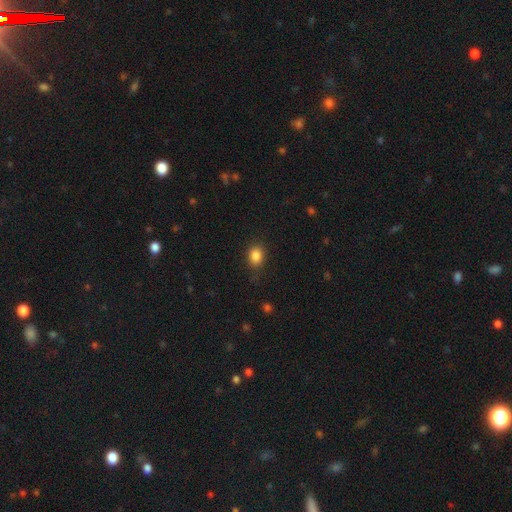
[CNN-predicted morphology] smooth_or_featured: smooth (p=0.85) [alt: star or artifact p=0.10]
how_rounded: in between (p=0.56) [alt: round p=0.42]
merging: none (p=0.82) [alt: minor disturbance p=0.13]